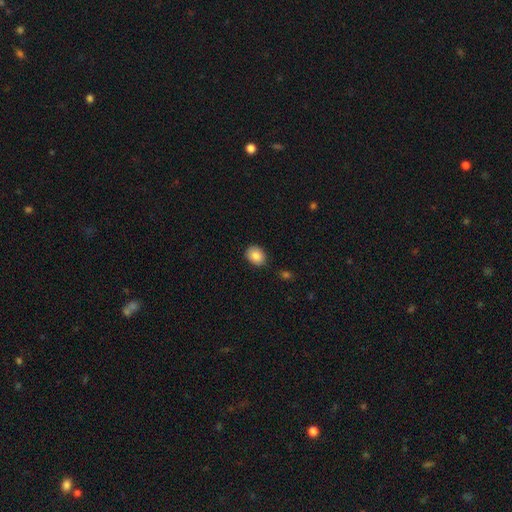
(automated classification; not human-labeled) Smooth or featured? Predicted: smooth (p=0.86). How rounded? Predicted: in between (p=0.58). Merging? Predicted: none (p=0.85).